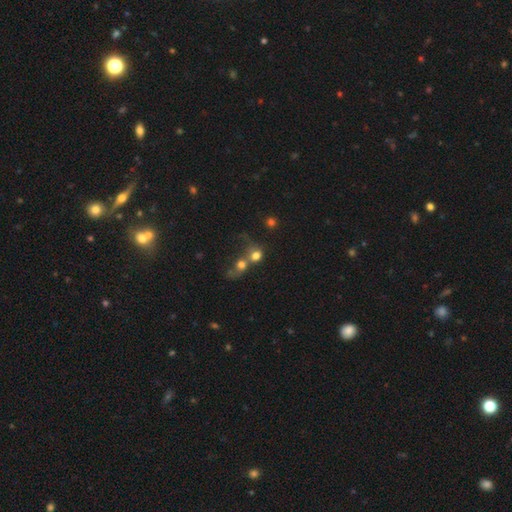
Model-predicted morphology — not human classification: Smooth or featured? smooth (71%)
How rounded? round (77%)
Merging? merger (62%)